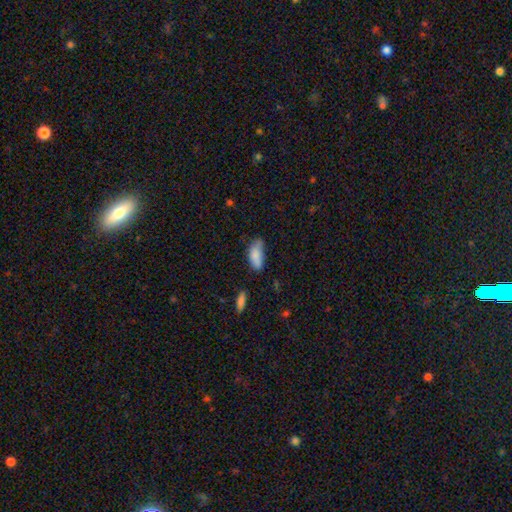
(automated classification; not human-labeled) Overall: smooth (83%). How rounded: in between (85%). Merging: none (49%; minor disturbance 35%).